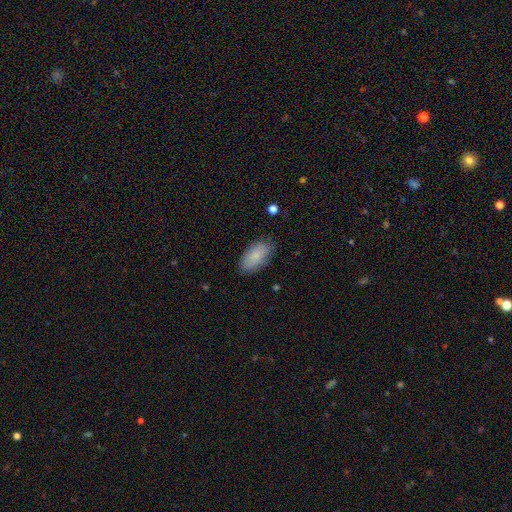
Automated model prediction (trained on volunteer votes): Q: Smooth or featured?
A: smooth (84%); runner-up: featured or disk (9%)
Q: How rounded?
A: in between (93%); runner-up: cigar-shaped (4%)
Q: Merging?
A: none (81%); runner-up: minor disturbance (15%)